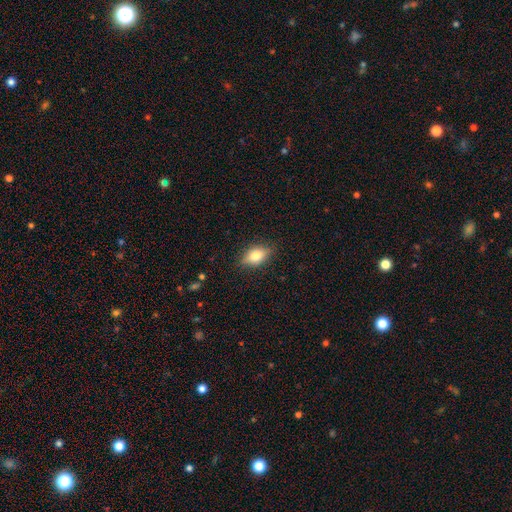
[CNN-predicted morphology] The model was most divided on "smooth or featured": smooth: 74%, featured or disk: 18%, star or artifact: 8%. More confident: how rounded — in between (84%); merging — none (83%).